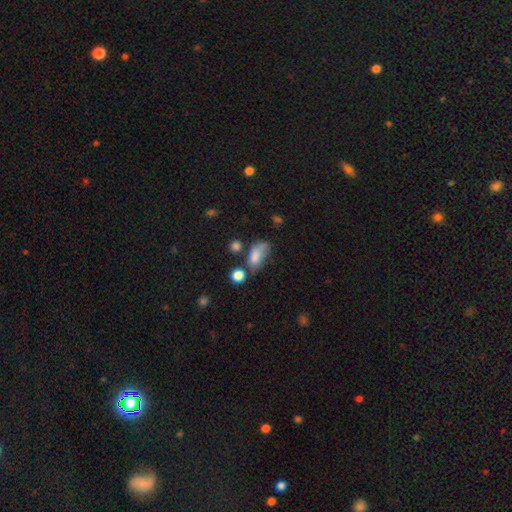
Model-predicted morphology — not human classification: smooth_or_featured: smooth (p=0.75) [alt: featured or disk p=0.14]
how_rounded: in between (p=0.86) [alt: round p=0.09]
merging: none (p=0.35) [alt: minor disturbance p=0.29]